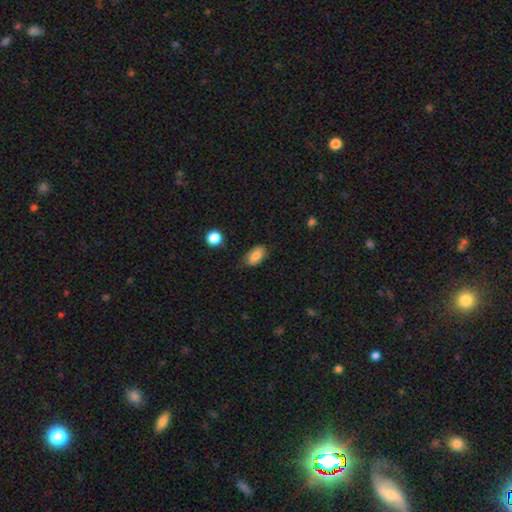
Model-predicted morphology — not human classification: Smooth or featured? Predicted: smooth (p=0.84). How rounded? Predicted: in between (p=0.91). Merging? Predicted: none (p=0.73).